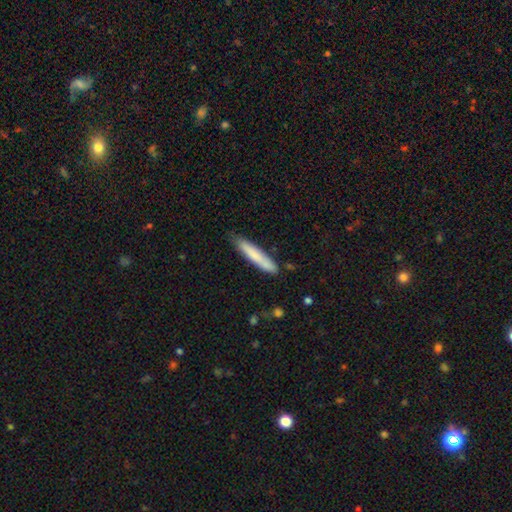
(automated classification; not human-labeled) Smooth or featured? Predicted: smooth (p=0.77). How rounded? Predicted: cigar-shaped (p=0.91). Merging? Predicted: none (p=0.77).